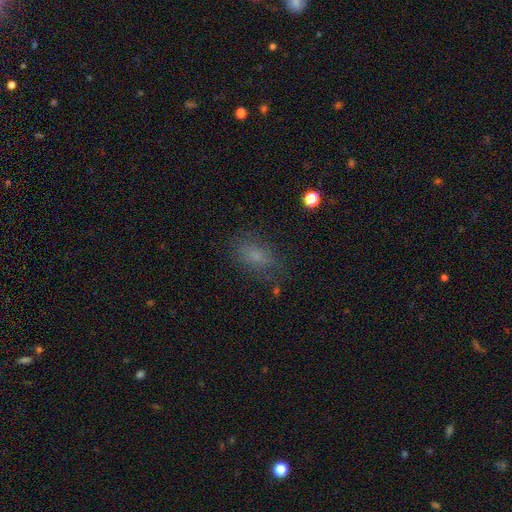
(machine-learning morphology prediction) Smooth or featured? smooth (72%)
How rounded? in between (84%)
Merging? none (72%)